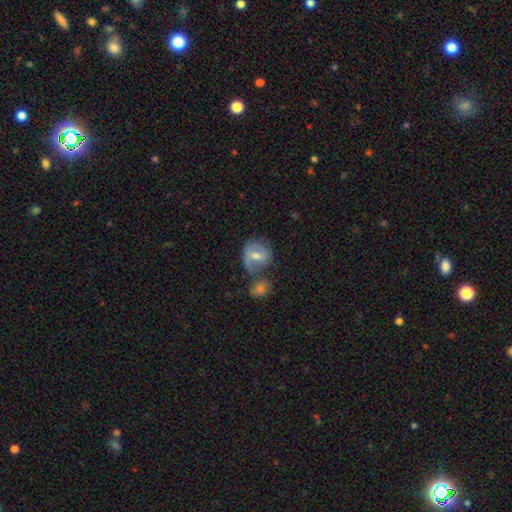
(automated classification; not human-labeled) The model was most divided on "smooth or featured": featured or disk: 54%, smooth: 38%, star or artifact: 8%. Remaining: edge-on disk — no (96%); spiral arms — yes (71%); bulge size — moderate (66%); bar — weak (52%); merging — none (46%).